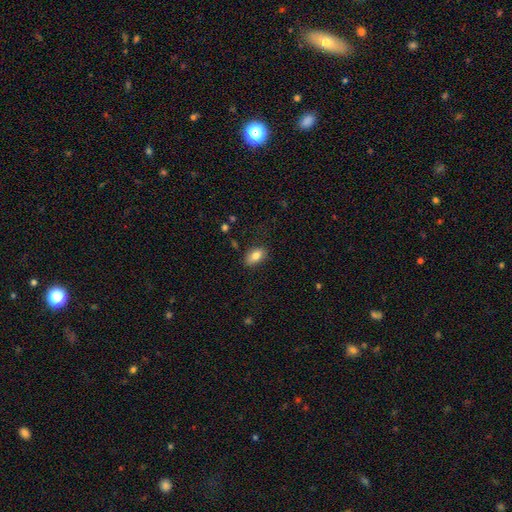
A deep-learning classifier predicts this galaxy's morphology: A smooth galaxy with no disk features (81%) that is in between round and cigar-shaped (90%). Merging: none (83%).